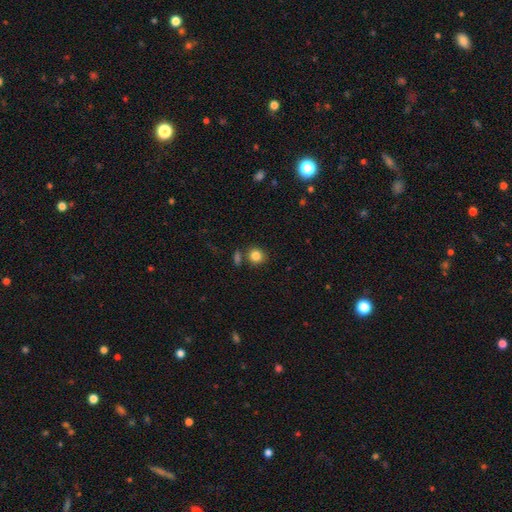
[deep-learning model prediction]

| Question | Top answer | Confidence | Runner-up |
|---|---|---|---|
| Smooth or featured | smooth | 84% | star or artifact (11%) |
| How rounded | round | 83% | in between (16%) |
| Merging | none | 76% | merger (11%) |